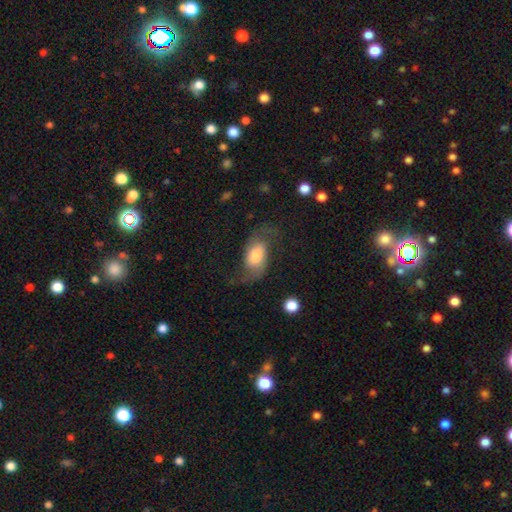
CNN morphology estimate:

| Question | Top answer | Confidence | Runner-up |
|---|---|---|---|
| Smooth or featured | featured or disk | 69% | smooth (23%) |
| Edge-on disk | no | 96% | yes (4%) |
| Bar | no | 55% | weak (35%) |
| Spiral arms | yes | 93% | no (7%) |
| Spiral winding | loose | 67% | medium (27%) |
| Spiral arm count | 2 | 92% | can't tell (2%) |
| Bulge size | large | 40% | moderate (30%) |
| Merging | none | 62% | minor disturbance (18%) |